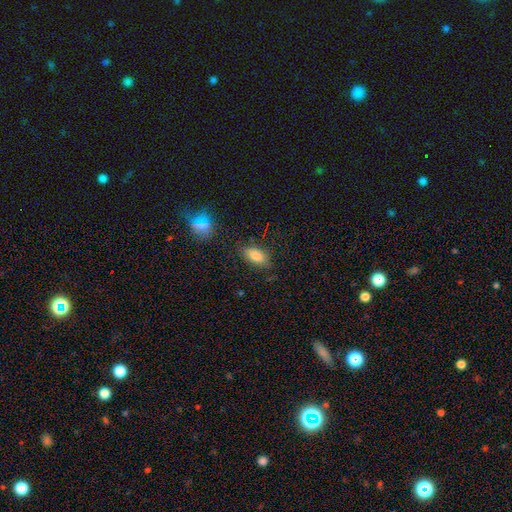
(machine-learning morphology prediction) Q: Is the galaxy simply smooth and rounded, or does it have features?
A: smooth — 79%.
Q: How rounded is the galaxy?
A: in between — 88%.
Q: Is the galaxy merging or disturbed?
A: none — 79%.